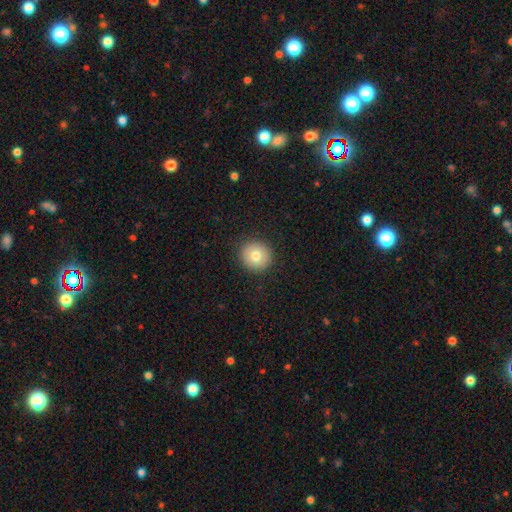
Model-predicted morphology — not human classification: The model was most divided on "smooth or featured": smooth: 77%, featured or disk: 13%, star or artifact: 10%. More confident: how rounded — round (93%); merging — none (92%).